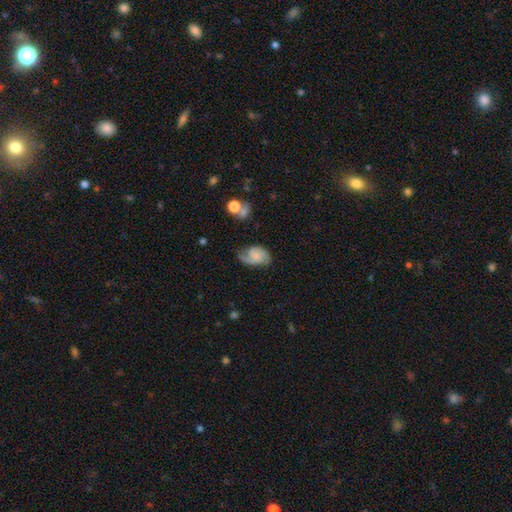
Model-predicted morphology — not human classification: A featured or disk galaxy (67%) with no bar (61%), 2 (72%) medium (46%) spiral arms (93%) and no central bulge (42%).

Vote fractions:
- Smooth or featured? featured or disk: 67% / smooth: 25% / star or artifact: 8%
- Edge-on disk? no: 97% / yes: 3%
- Bar? no: 61% / weak: 33% / strong: 6%
- Spiral arms? yes: 93% / no: 7%
- Spiral winding? medium: 46% / loose: 30% / tight: 24%
- Spiral arm count? 2: 72% / 1: 14% / can't tell: 9% / 3: 3% / 4: 1% / more than 4: 1%
- Bulge size? none: 42% / small: 38% / moderate: 15% / large: 3% / dominant: 2%
- Merging? none: 55% / minor disturbance: 27% / major disturbance: 16% / merger: 3%